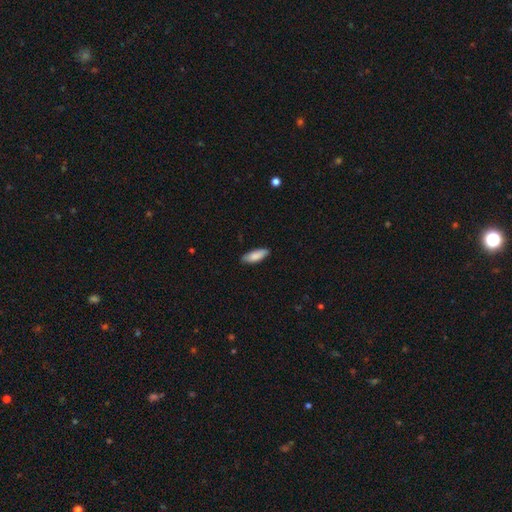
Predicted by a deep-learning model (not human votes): A smooth galaxy with no disk features (86%) that is in between round and cigar-shaped (67%).

Vote fractions:
- Smooth or featured? smooth: 86% / featured or disk: 9% / star or artifact: 6%
- How rounded? in between: 67% / cigar-shaped: 31% / round: 2%
- Merging? none: 85% / minor disturbance: 12% / major disturbance: 2% / merger: 1%